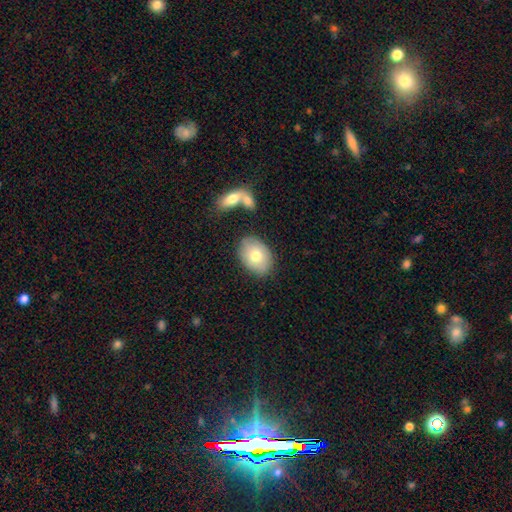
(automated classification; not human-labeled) smooth 74%, featured or disk 19%, star or artifact 7%. Down the decision tree: how rounded — in between (78%); merging — none (80%).